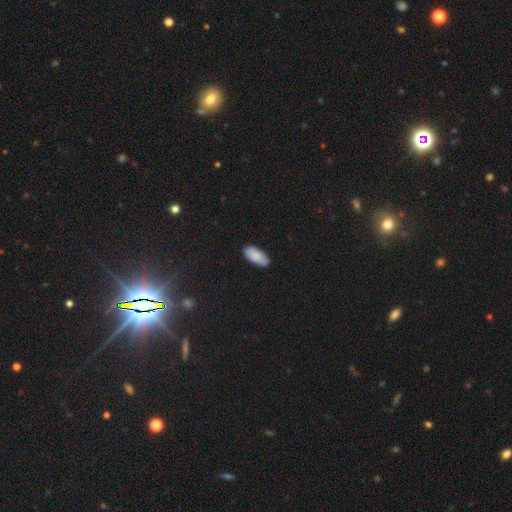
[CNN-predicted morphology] type=smooth (86%); roundness=in between (91%); merging=none (83%).